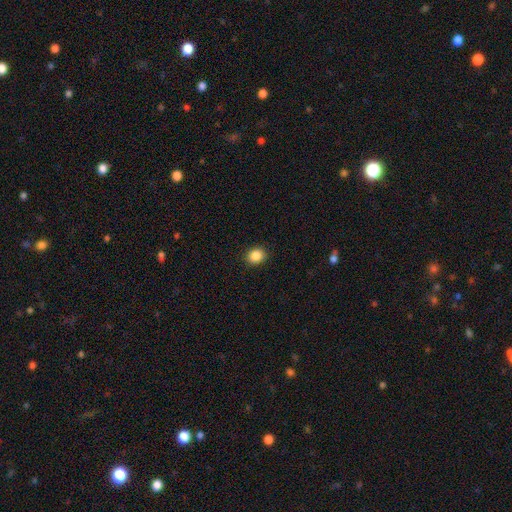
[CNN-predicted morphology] Smooth or featured? smooth (87%)
How rounded? round (70%)
Merging? none (90%)